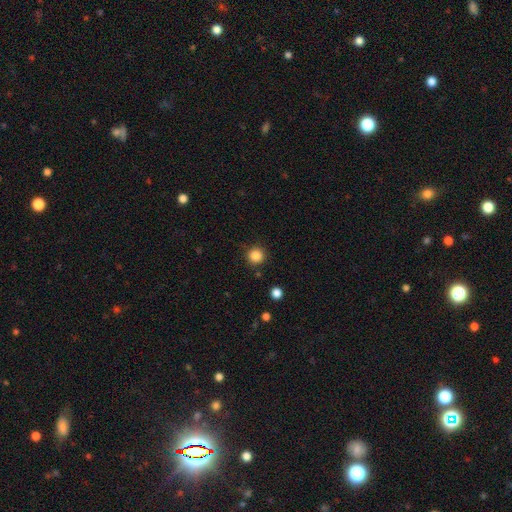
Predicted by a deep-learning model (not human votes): smooth 86%, star or artifact 11%, featured or disk 3%. Down the decision tree: how rounded — round (94%); merging — none (89%).